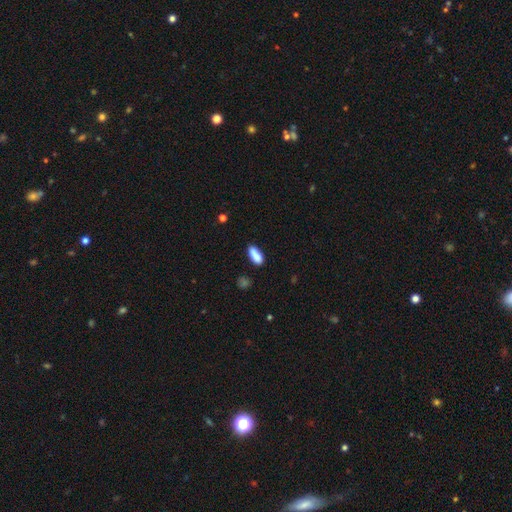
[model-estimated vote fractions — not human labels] A smooth galaxy with no disk features (85%) that is in between round and cigar-shaped (73%). Merging: none (67%).